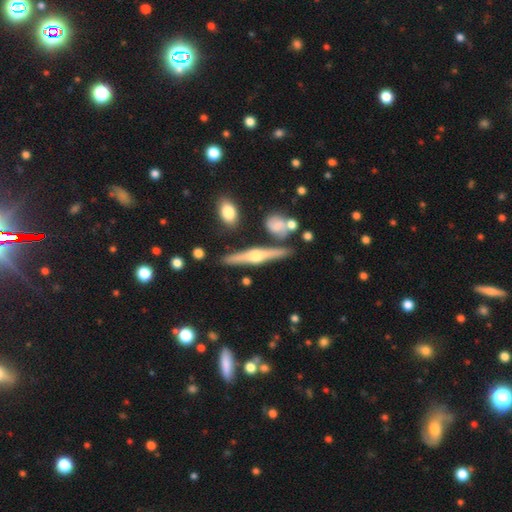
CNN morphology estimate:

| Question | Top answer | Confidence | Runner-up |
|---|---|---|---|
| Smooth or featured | featured or disk | 74% | smooth (20%) |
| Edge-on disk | yes | 97% | no (3%) |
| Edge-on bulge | rounded | 94% | boxy (4%) |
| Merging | none | 82% | minor disturbance (9%) |